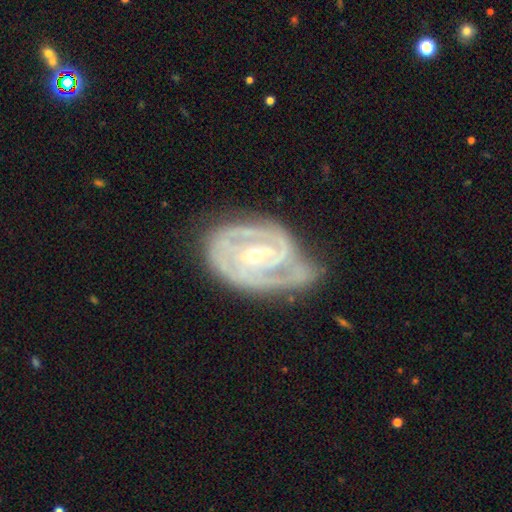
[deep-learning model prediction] featured or disk 90%, smooth 5%, star or artifact 5%. Down the decision tree: edge-on disk — no (97%); bar — weak (42%); spiral arms — yes (96%); spiral arm count — 2 (43%); spiral winding — tight (66%); bulge size — small (56%); merging — none (50%).